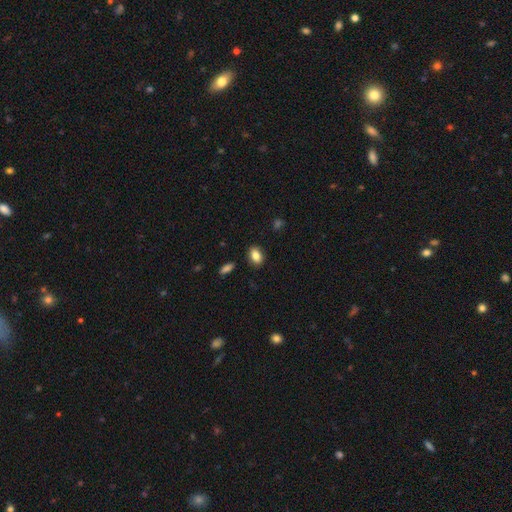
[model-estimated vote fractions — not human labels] This is clearly a smooth galaxy (84%). How rounded: likely in between (79%). Merging: clearly none (86%).